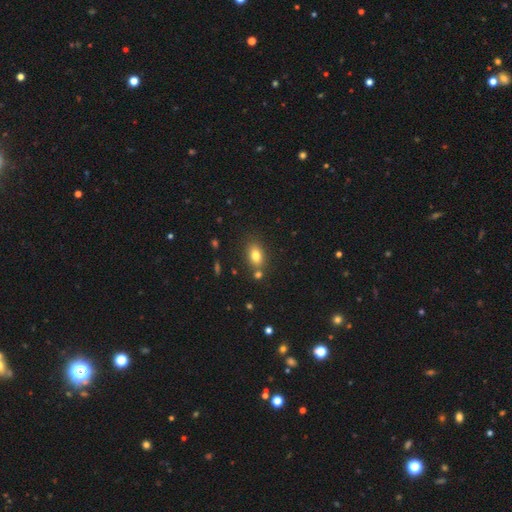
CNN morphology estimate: A smooth galaxy with no disk features (79%) that is in between round and cigar-shaped (80%).

Vote fractions:
- Smooth or featured? smooth: 79% / featured or disk: 11% / star or artifact: 10%
- How rounded? in between: 80% / round: 18% / cigar-shaped: 2%
- Merging? none: 70% / merger: 14% / minor disturbance: 13% / major disturbance: 3%